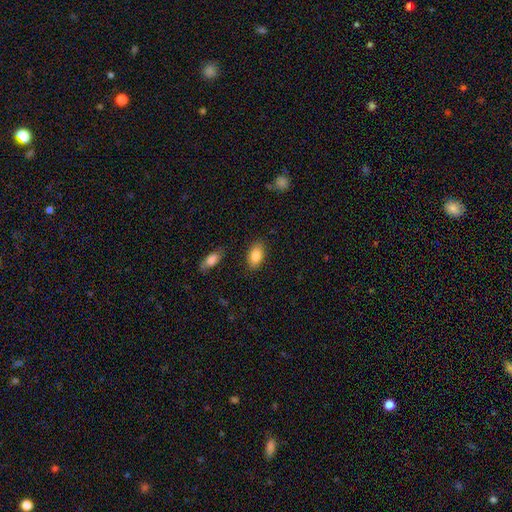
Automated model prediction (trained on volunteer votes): Smooth or featured: smooth — 84% (featured or disk — 9%)
How rounded: in between — 92% (round — 5%)
Merging: none — 86% (minor disturbance — 10%)